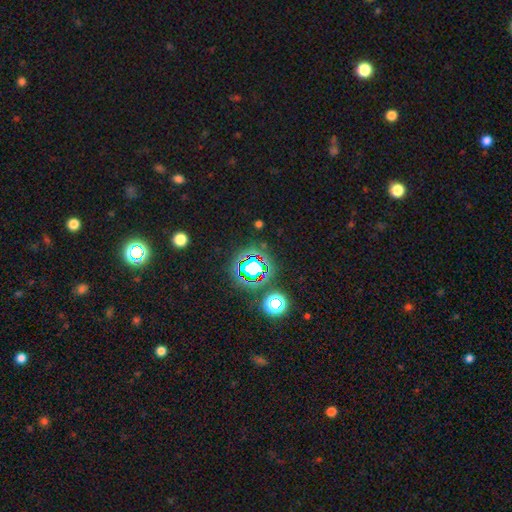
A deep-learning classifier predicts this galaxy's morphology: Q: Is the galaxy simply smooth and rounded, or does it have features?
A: star or artifact — 78%.